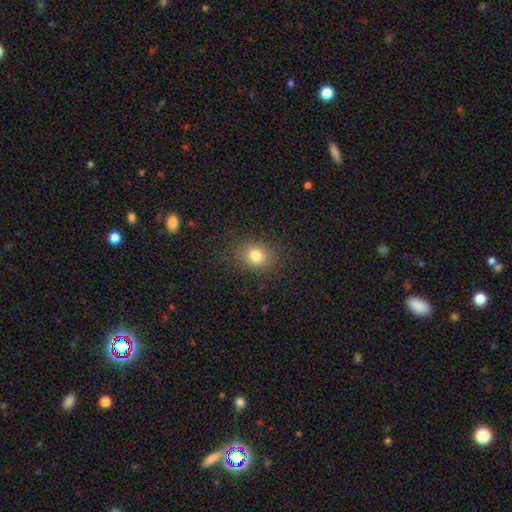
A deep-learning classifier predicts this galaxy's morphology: A smooth galaxy with no disk features (78%) that is round (66%).

Vote fractions:
- Smooth or featured? smooth: 78% / star or artifact: 14% / featured or disk: 7%
- How rounded? round: 66% / in between: 33% / cigar-shaped: 1%
- Merging? none: 86% / minor disturbance: 9% / major disturbance: 4% / merger: 1%